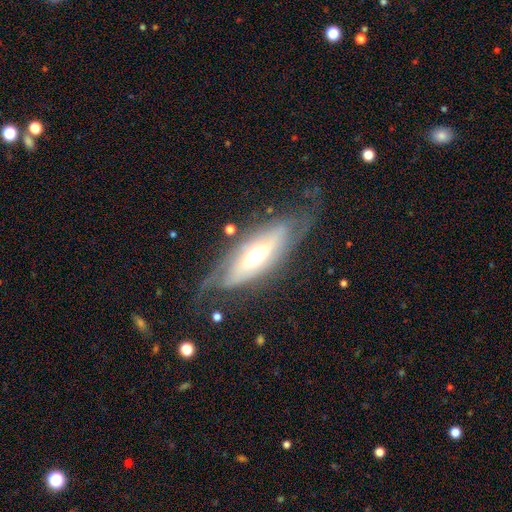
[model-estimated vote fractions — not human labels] This appears to be a featured or disk galaxy (72%) with no bar (66%), spiral arms (65%) and a moderate central bulge (63%). Merging: none (59%).